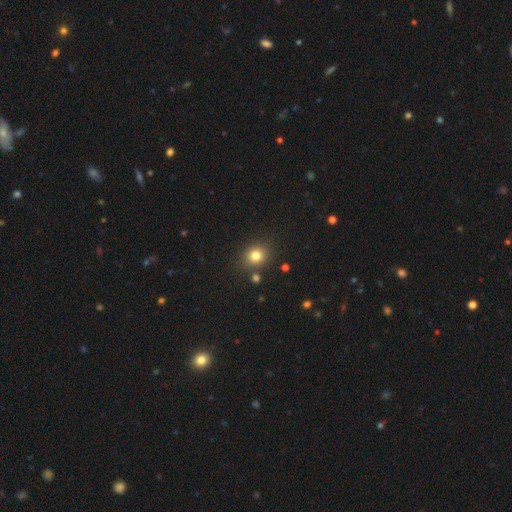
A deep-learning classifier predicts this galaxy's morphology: A smooth galaxy with no disk features (80%) that is round (72%).

Vote fractions:
- Smooth or featured? smooth: 80% / star or artifact: 13% / featured or disk: 7%
- How rounded? round: 72% / in between: 27% / cigar-shaped: 1%
- Merging? none: 83% / minor disturbance: 9% / merger: 5% / major disturbance: 3%